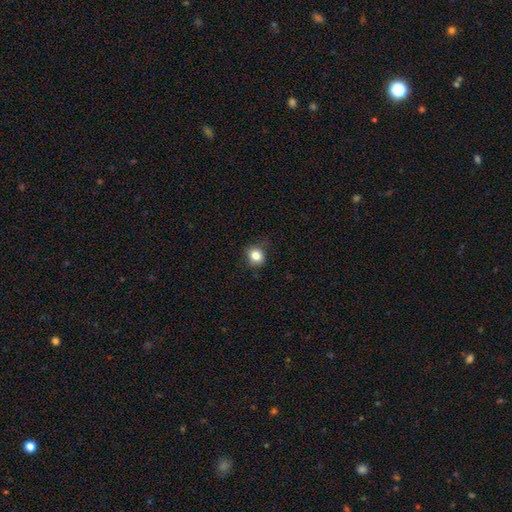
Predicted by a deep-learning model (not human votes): smooth 82%, star or artifact 11%, featured or disk 7%. Down the decision tree: how rounded — round (82%); merging — none (78%).